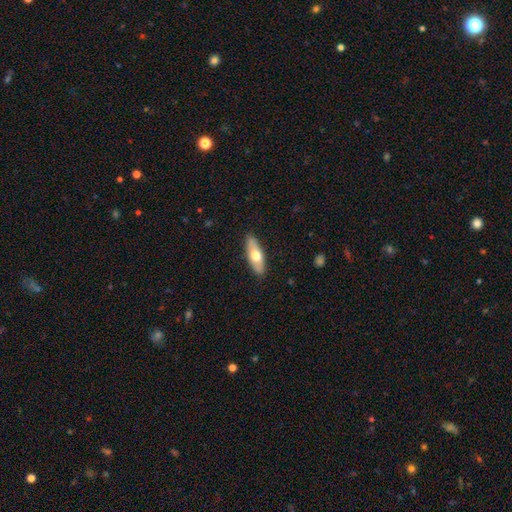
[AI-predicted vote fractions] The model was most divided on "smooth or featured": smooth: 59%, featured or disk: 35%, star or artifact: 5%. More confident: merging — none (88%); how rounded — in between (63%).